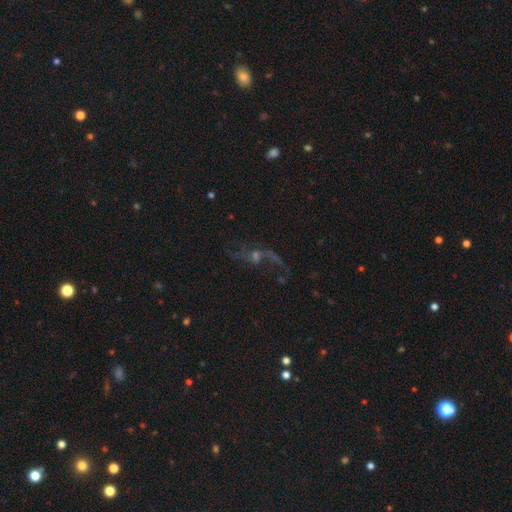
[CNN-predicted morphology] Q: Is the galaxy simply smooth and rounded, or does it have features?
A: featured or disk — 60%.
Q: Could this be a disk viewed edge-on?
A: no — 89%.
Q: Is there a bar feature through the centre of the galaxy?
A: no — 68%.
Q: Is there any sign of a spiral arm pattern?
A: yes — 74%.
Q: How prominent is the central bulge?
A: small — 43%.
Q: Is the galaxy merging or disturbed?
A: none — 48%.